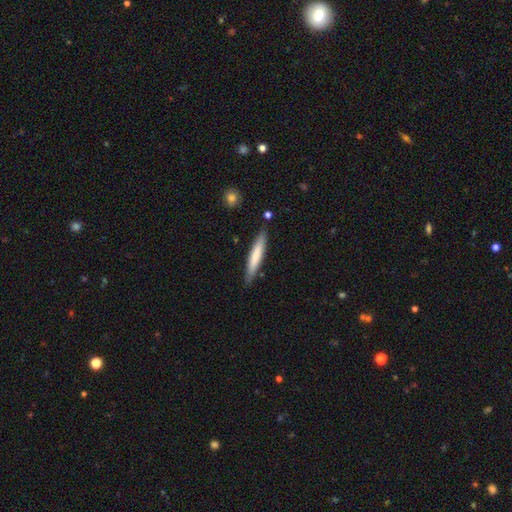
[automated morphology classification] A smooth galaxy with no disk features (71%) that is cigar-shaped (92%).

Vote fractions:
- Smooth or featured? smooth: 71% / featured or disk: 24% / star or artifact: 5%
- How rounded? cigar-shaped: 92% / in between: 7% / round: 1%
- Merging? none: 84% / minor disturbance: 12% / merger: 2% / major disturbance: 2%